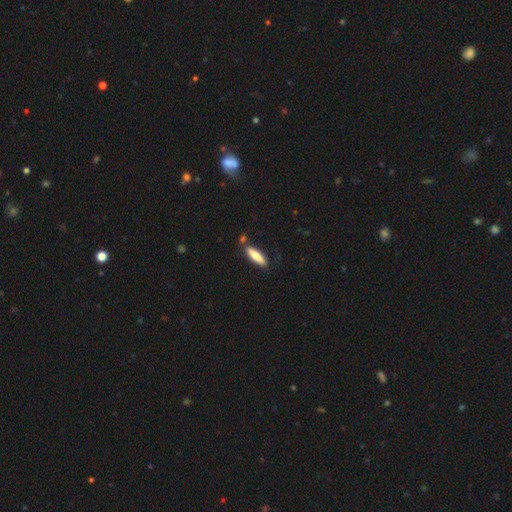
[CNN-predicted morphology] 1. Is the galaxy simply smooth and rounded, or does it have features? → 78% smooth, 16% featured or disk, 6% star or artifact.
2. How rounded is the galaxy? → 68% cigar-shaped, 30% in between, 2% round.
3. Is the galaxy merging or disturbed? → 79% none, 12% minor disturbance, 6% merger, 3% major disturbance.